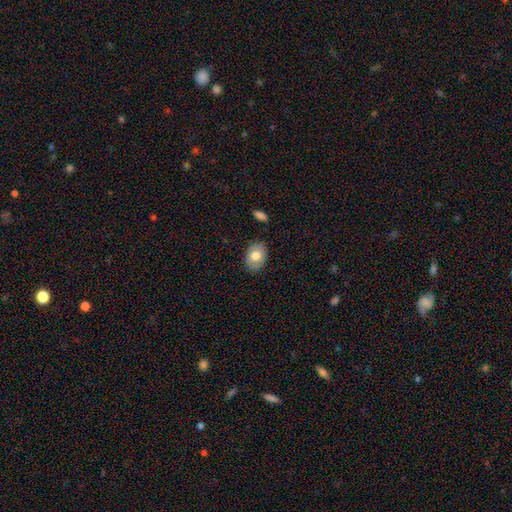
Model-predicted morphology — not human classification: type=smooth (70%); roundness=in between (78%); merging=none (83%).